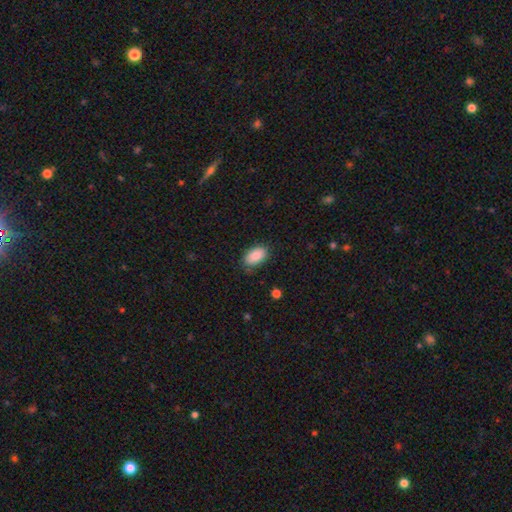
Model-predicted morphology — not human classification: A smooth galaxy with no disk features (88%) that is in between round and cigar-shaped (94%). Merging: none (79%).